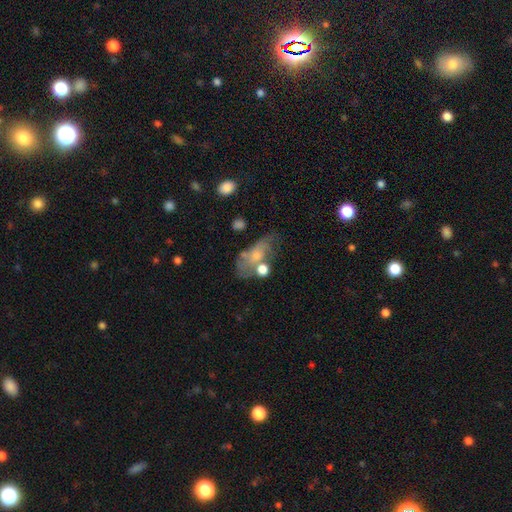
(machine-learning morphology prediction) Smooth or featured? smooth (48%)
Merging? none (32%)